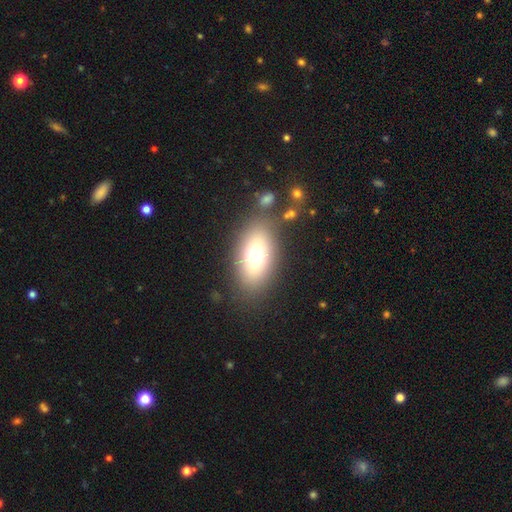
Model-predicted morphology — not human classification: This is likely a smooth galaxy (71%). How rounded: clearly in between (86%). Merging: likely none (79%).